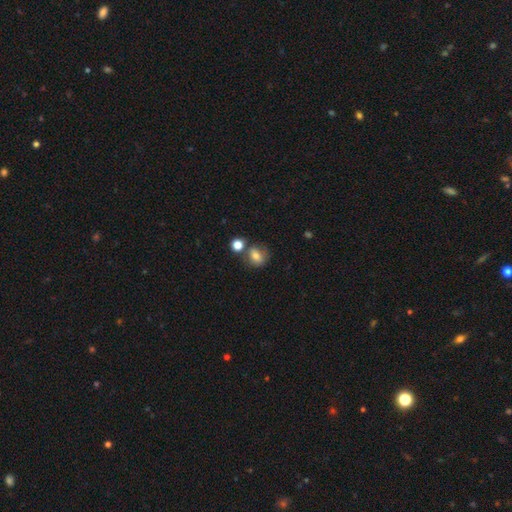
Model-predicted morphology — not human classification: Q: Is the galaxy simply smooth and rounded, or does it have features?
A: smooth — 72%.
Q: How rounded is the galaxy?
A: round — 62%.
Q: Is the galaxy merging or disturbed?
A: none — 56%.